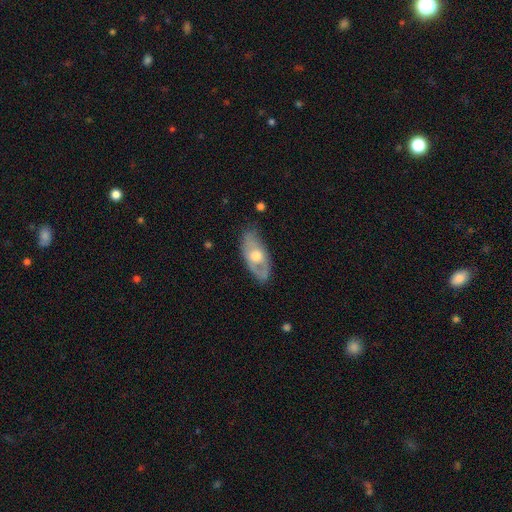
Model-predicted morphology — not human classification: Q: Smooth or featured?
A: featured or disk (60%); runner-up: smooth (35%)
Q: Edge-on disk?
A: no (78%); runner-up: yes (22%)
Q: Merging?
A: none (71%); runner-up: minor disturbance (22%)